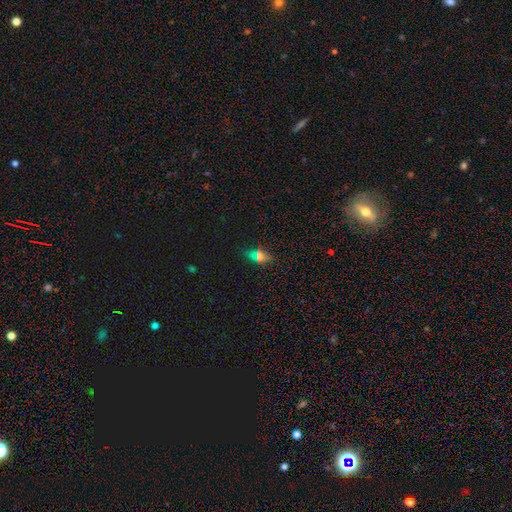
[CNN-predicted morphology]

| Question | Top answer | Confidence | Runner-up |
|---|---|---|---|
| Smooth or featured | smooth | 61% | star or artifact (25%) |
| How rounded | in between | 78% | round (12%) |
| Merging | none | 83% | minor disturbance (11%) |